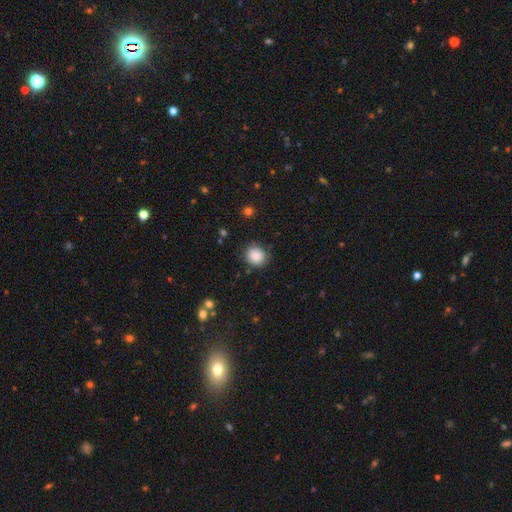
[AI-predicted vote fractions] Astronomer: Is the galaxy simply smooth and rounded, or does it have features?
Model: smooth — 88%.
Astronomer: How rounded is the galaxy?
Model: round — 80%.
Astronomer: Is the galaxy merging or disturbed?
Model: none — 86%.